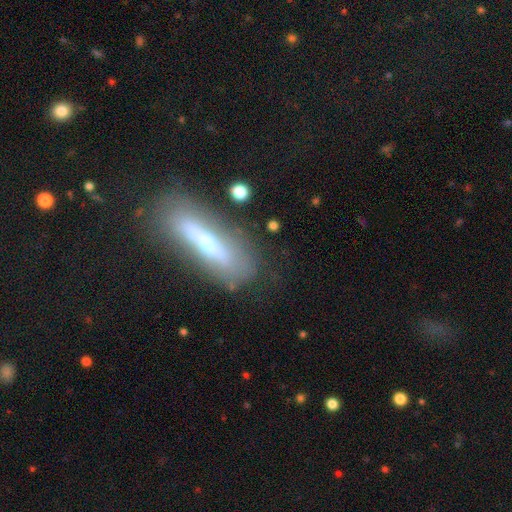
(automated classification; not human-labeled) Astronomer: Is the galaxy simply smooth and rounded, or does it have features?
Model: featured or disk — 47% (runner-up: smooth, 43%).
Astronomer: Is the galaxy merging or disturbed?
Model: none — 64%.